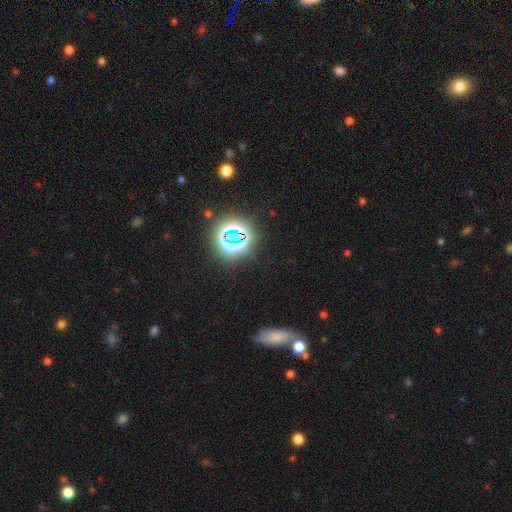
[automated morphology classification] This appears to be a star or artifact, not a galaxy (71%).